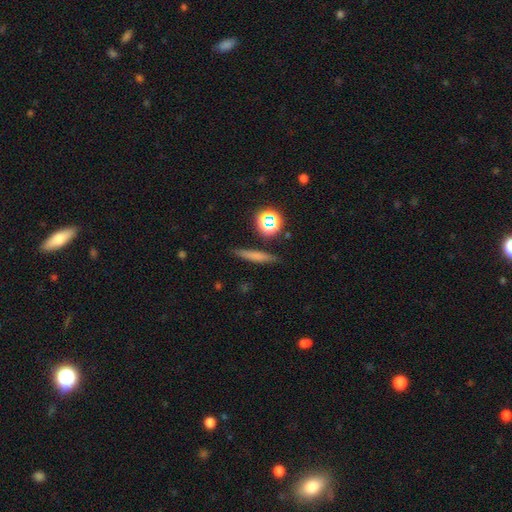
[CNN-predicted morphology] This is likely a smooth galaxy (63%). How rounded: clearly cigar-shaped (86%). Merging: clearly none (85%).